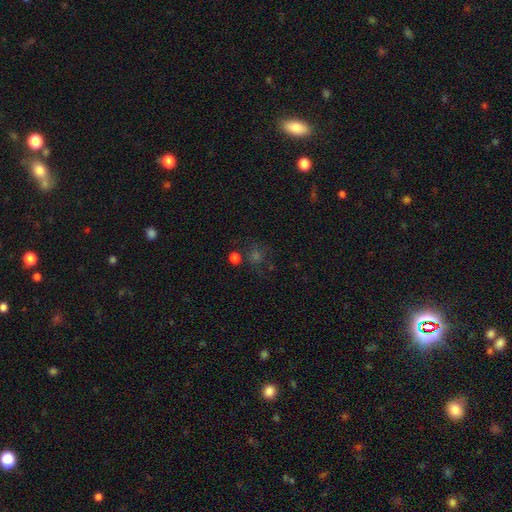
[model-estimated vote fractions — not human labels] A star or artifact, not a galaxy (43%, tied with smooth).

Vote fractions:
- Smooth or featured? star or artifact: 43% (tied) / smooth: 43% (tied) / featured or disk: 14%